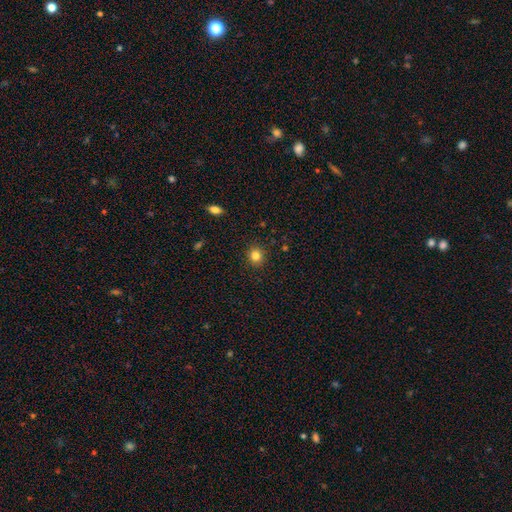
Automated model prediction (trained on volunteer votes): smooth_or_featured: smooth (p=0.82) [alt: star or artifact p=0.12]
how_rounded: round (p=0.84) [alt: in between p=0.15]
merging: none (p=0.90) [alt: minor disturbance p=0.07]